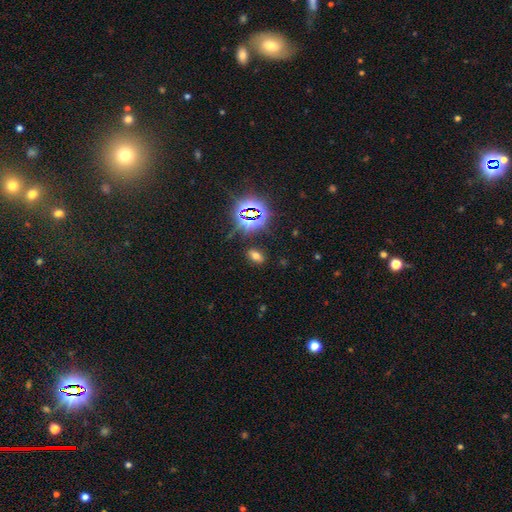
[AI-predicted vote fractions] The model was most divided on "smooth or featured": smooth: 56%, star or artifact: 35%, featured or disk: 9%. More confident: how rounded — in between (86%); merging — none (85%).